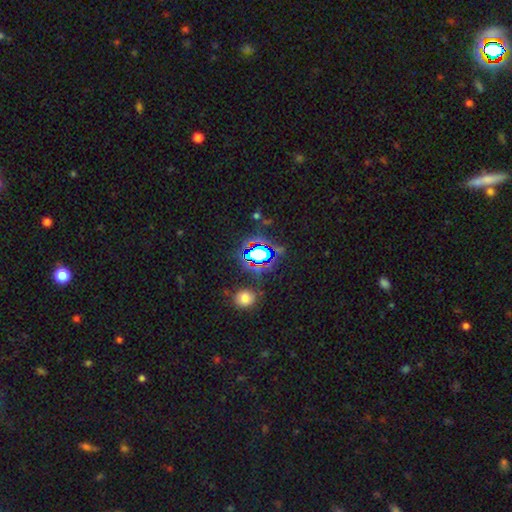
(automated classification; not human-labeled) Morphology: type=star or artifact (69%).